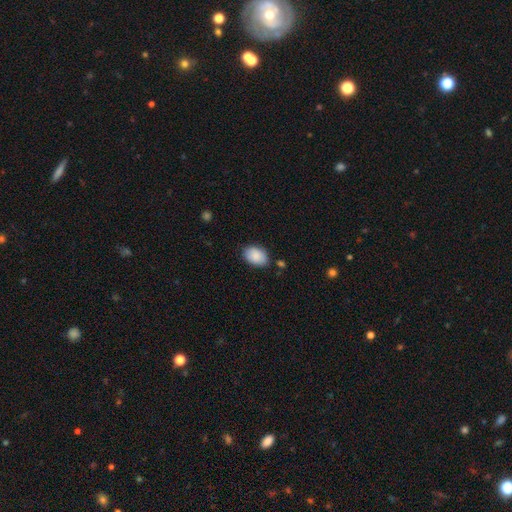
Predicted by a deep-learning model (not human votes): A smooth galaxy with no disk features (89%) that is in between round and cigar-shaped (86%). Merging: none (81%).